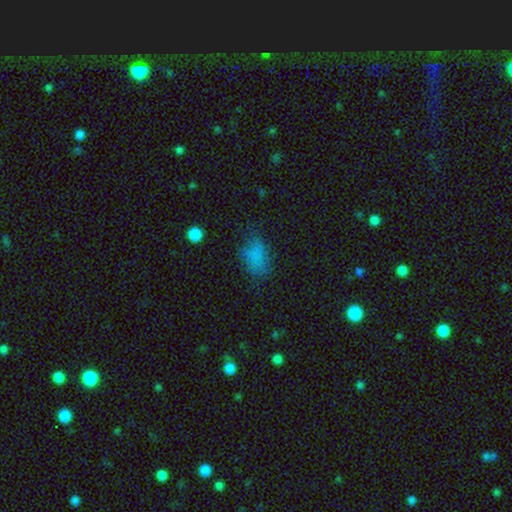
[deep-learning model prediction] This is likely a smooth galaxy (76%). How rounded: clearly in between (84%). Merging: possibly none (54%).